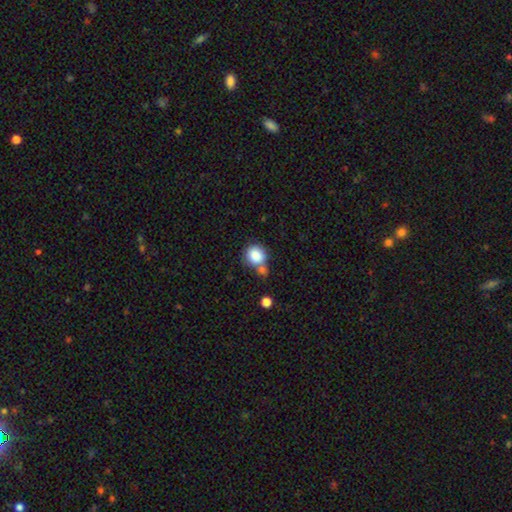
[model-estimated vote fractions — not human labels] A smooth galaxy with no disk features (85%) that is round (84%).

Vote fractions:
- Smooth or featured? smooth: 85% / star or artifact: 9% / featured or disk: 6%
- How rounded? round: 84% / in between: 15% / cigar-shaped: 1%
- Merging? none: 53% / merger: 28% / minor disturbance: 14% / major disturbance: 5%